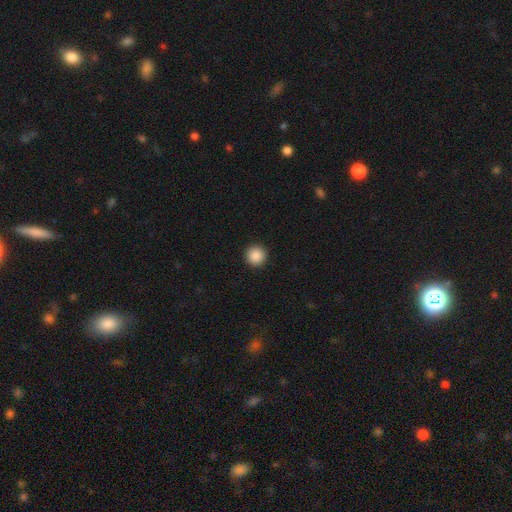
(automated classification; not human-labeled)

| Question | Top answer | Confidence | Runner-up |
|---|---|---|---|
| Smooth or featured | smooth | 89% | star or artifact (9%) |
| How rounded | round | 96% | in between (3%) |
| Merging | none | 94% | minor disturbance (4%) |